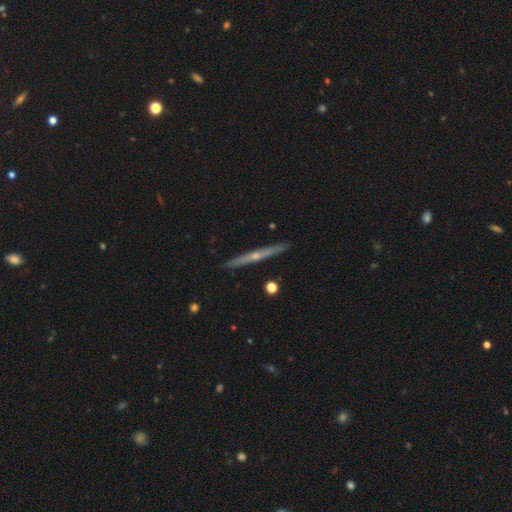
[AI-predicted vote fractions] Morphology: type=featured or disk (70%); edge-on=yes (97%); edge-on bulge=rounded (68%); merging=none (91%).